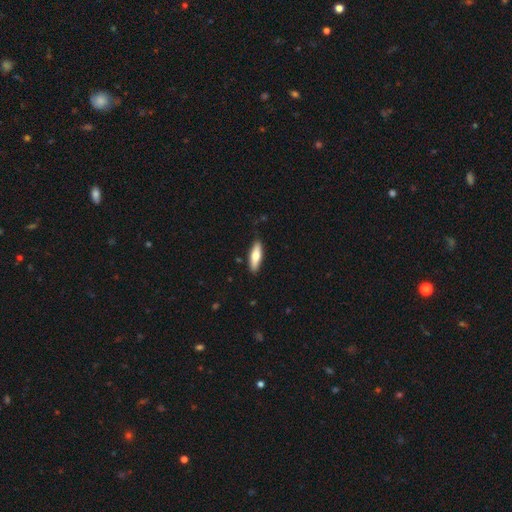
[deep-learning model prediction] A smooth galaxy with no disk features (68%) that is cigar-shaped (56%).

Vote fractions:
- Smooth or featured? smooth: 68% / featured or disk: 27% / star or artifact: 5%
- How rounded? cigar-shaped: 56% / in between: 43% / round: 2%
- Merging? none: 87% / minor disturbance: 10% / major disturbance: 2% / merger: 1%